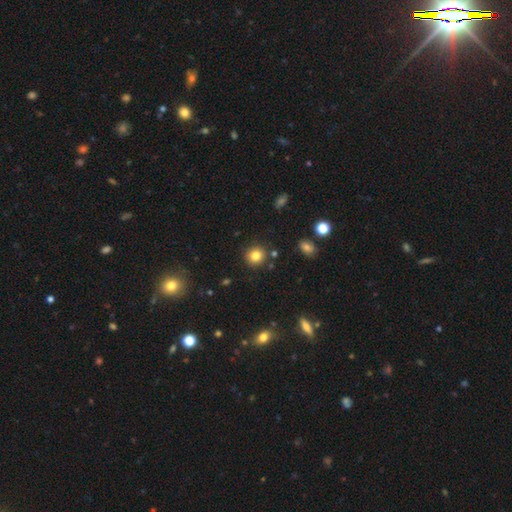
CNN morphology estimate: Smooth or featured? Predicted: smooth (p=0.81). How rounded? Predicted: round (p=0.89). Merging? Predicted: none (p=0.87).